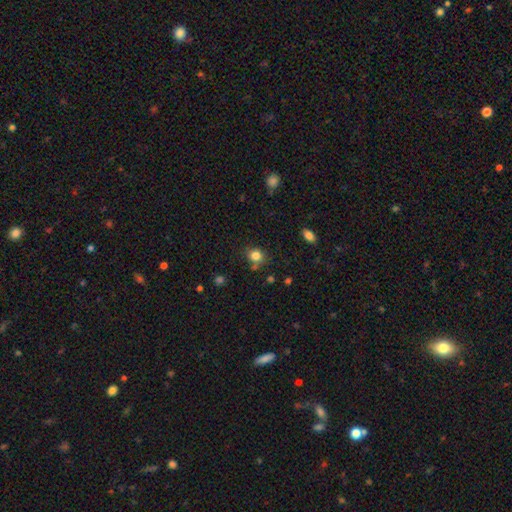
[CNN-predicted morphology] Smooth or featured? smooth (82%)
How rounded? round (68%)
Merging? none (72%)